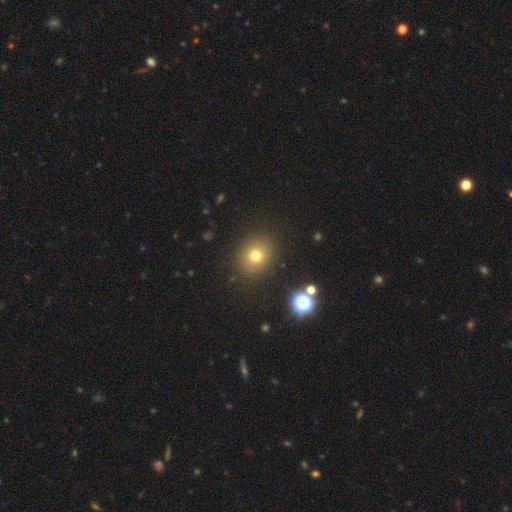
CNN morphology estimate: A smooth galaxy with no disk features (73%) that is round (78%).

Vote fractions:
- Smooth or featured? smooth: 73% / star or artifact: 17% / featured or disk: 10%
- How rounded? round: 78% / in between: 21% / cigar-shaped: 1%
- Merging? none: 87% / minor disturbance: 8% / major disturbance: 3% / merger: 2%